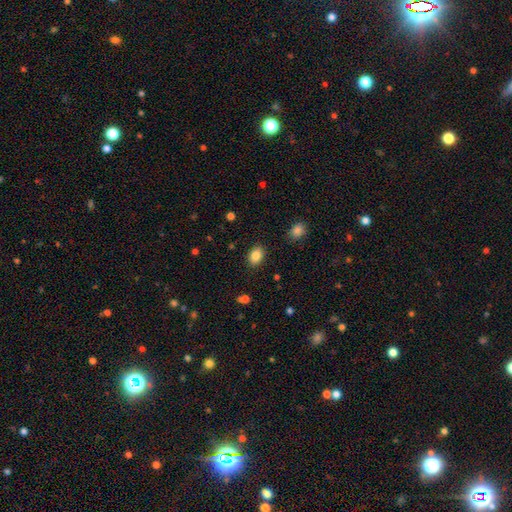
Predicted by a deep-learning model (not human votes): Smooth or featured? smooth (86%)
How rounded? in between (78%)
Merging? none (86%)